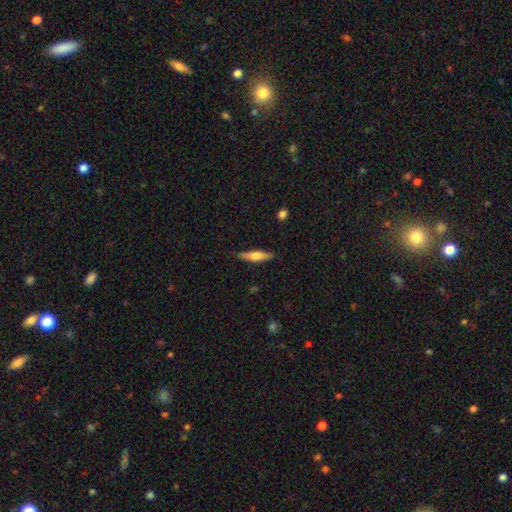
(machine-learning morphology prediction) This is possibly a smooth galaxy (56%). How rounded: likely cigar-shaped (72%). Merging: clearly none (87%).